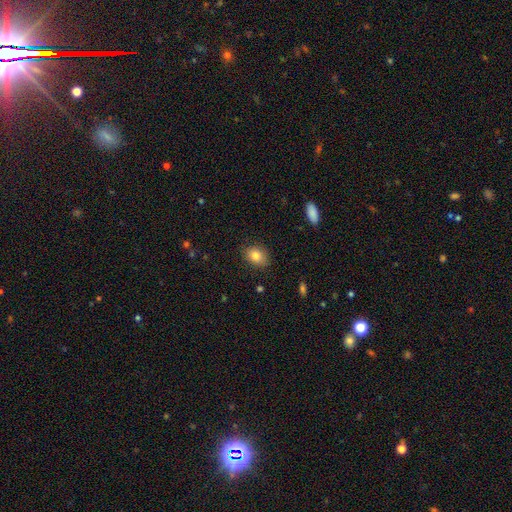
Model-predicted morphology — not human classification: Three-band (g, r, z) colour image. It shows a smooth galaxy with no disk features (82%) that is in between round and cigar-shaped (61%). Merging: none (85%).